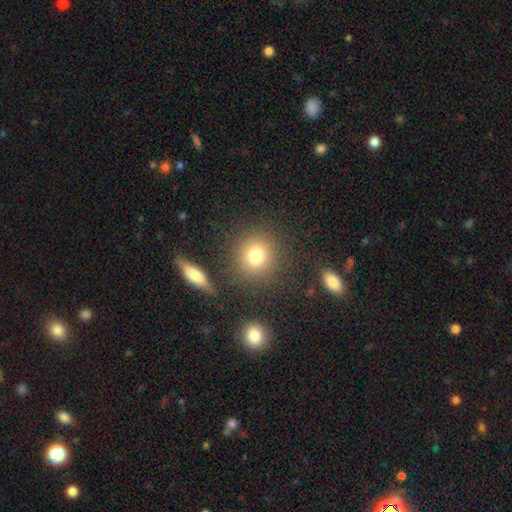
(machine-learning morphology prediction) This is likely a smooth galaxy (77%). How rounded: clearly round (89%). Merging: clearly none (83%).